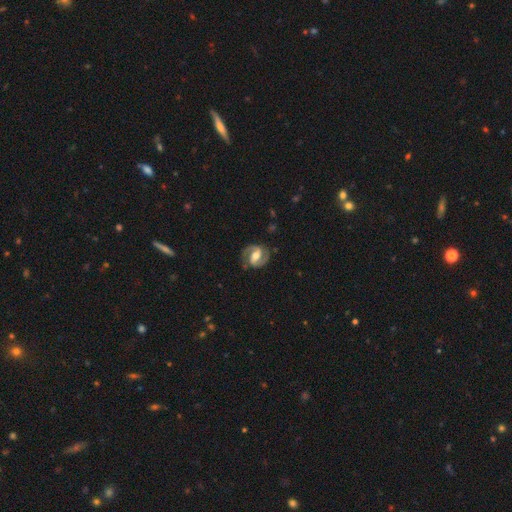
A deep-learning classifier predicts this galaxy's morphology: featured or disk 87%, smooth 8%, star or artifact 4%. Down the decision tree: edge-on disk — no (98%); bar — weak (44%); spiral arms — yes (96%); spiral arm count — 2 (93%); spiral winding — medium (57%); bulge size — moderate (68%); merging — none (83%).